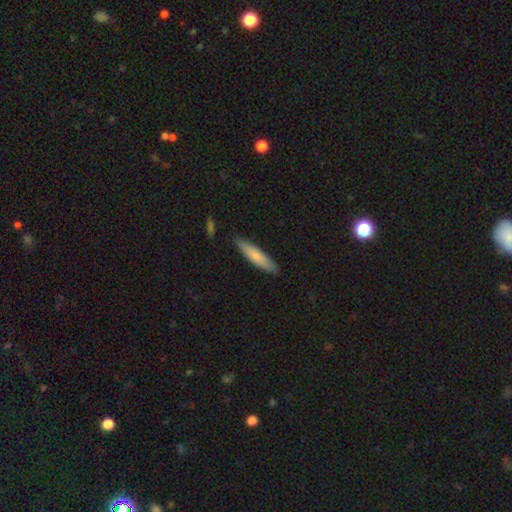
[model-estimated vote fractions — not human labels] smooth_or_featured: smooth (p=0.73) [alt: featured or disk p=0.21]
how_rounded: cigar-shaped (p=0.82) [alt: in between p=0.17]
merging: none (p=0.85) [alt: minor disturbance p=0.12]